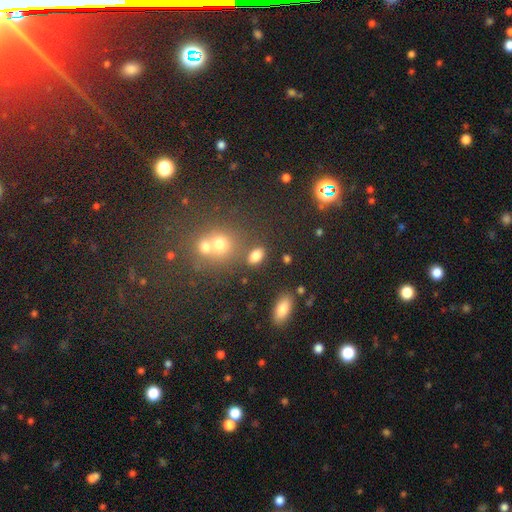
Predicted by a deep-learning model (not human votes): smooth_or_featured: smooth (p=0.79) [alt: star or artifact p=0.13]
how_rounded: in between (p=0.83) [alt: round p=0.14]
merging: none (p=0.72) [alt: minor disturbance p=0.12]